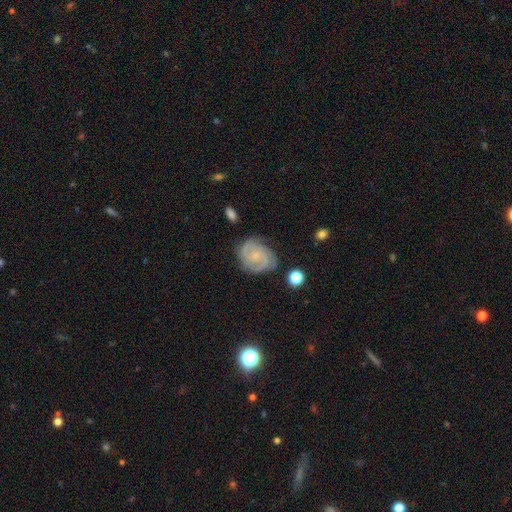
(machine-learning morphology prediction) Smooth or featured?
  - featured or disk: 81% *
  - smooth: 12%
  - star or artifact: 6%
Edge-on disk?
  - no: 98% *
  - yes: 2%
Bar?
  - no: 68% *
  - weak: 28%
  - strong: 4%
Spiral arms?
  - yes: 97% *
  - no: 3%
Spiral winding?
  - tight: 61% *
  - medium: 33%
  - loose: 6%
Spiral arm count?
  - 2: 38% *
  - 3: 34%
  - can't tell: 14%
  - 4: 6%
  - 1: 4%
  - more than 4: 4%
Bulge size?
  - small: 61% *
  - moderate: 18%
  - none: 18%
  - large: 2%
  - dominant: 1%
Merging?
  - none: 76% *
  - minor disturbance: 17%
  - major disturbance: 5%
  - merger: 2%